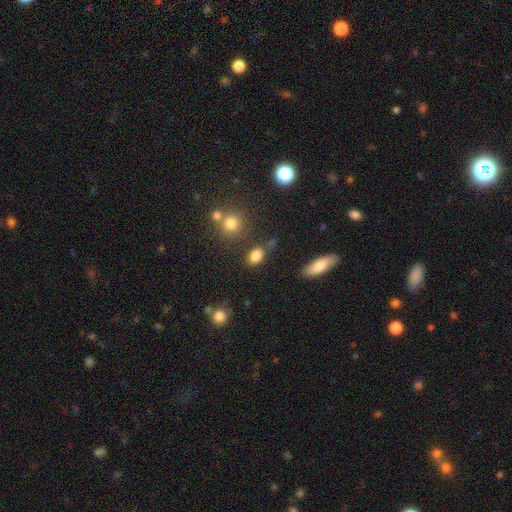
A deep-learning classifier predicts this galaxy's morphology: smooth 83%, star or artifact 11%, featured or disk 7%. Down the decision tree: how rounded — in between (82%); merging — none (68%).